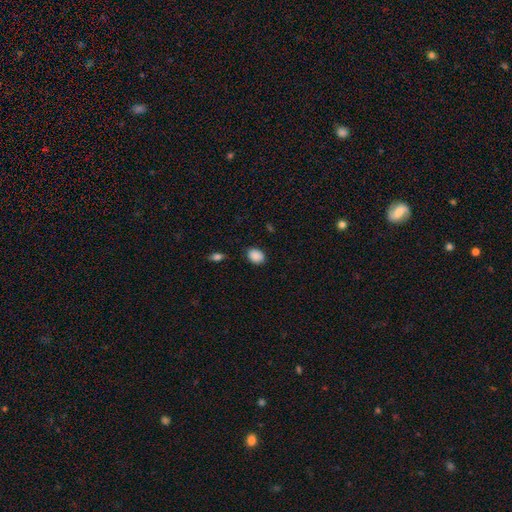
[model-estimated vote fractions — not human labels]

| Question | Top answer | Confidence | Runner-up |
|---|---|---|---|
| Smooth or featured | smooth | 89% | star or artifact (8%) |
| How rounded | in between | 66% | round (33%) |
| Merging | none | 84% | minor disturbance (12%) |